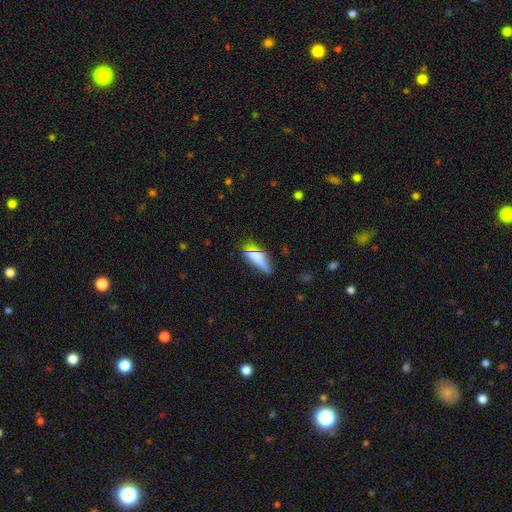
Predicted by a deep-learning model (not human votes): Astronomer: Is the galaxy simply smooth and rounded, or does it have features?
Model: smooth — 66%.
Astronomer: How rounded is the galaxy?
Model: cigar-shaped — 60% (runner-up: in between, 37%).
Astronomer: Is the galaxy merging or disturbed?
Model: none — 52%.